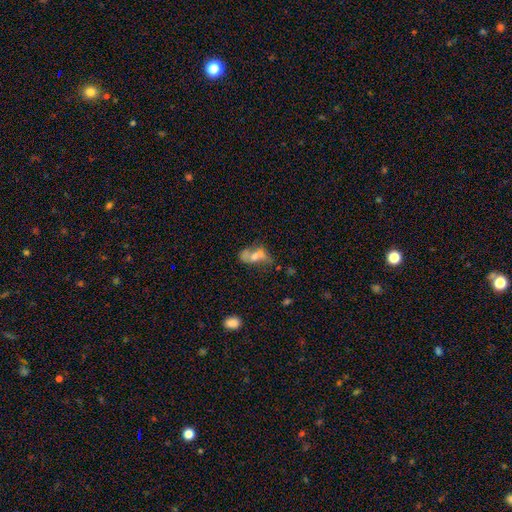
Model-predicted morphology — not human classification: The model was most divided on "smooth or featured" (2-way tie): smooth: 44%, featured or disk: 44%, star or artifact: 12%. Remaining: merging — merger (49%).